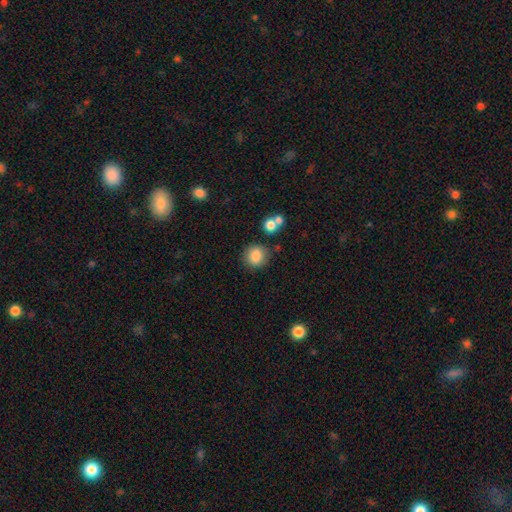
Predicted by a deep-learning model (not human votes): smooth-or-featured: smooth: 85% | star or artifact: 9% | featured or disk: 6%
  how-rounded: round: 86% | in between: 13% | cigar-shaped: 1%
  merging: none: 81% | minor disturbance: 10% | merger: 6% | major disturbance: 3%